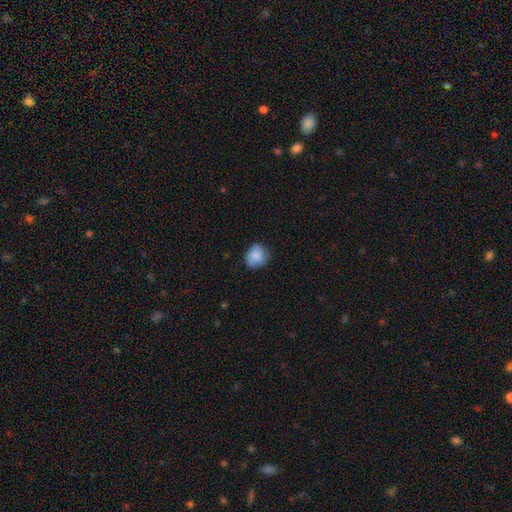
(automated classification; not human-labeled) This is likely a smooth galaxy (77%). How rounded: likely round (63%). Merging: likely none (65%).